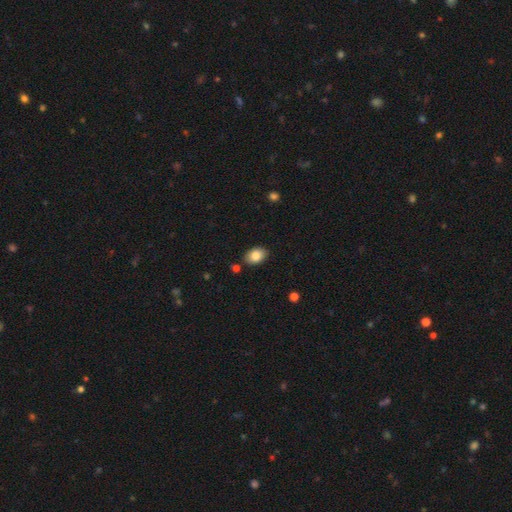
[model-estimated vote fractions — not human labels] Smooth or featured?
  - smooth: 84% *
  - featured or disk: 8%
  - star or artifact: 8%
How rounded?
  - in between: 87% *
  - round: 12%
  - cigar-shaped: 1%
Merging?
  - none: 86% *
  - minor disturbance: 10%
  - merger: 3%
  - major disturbance: 2%